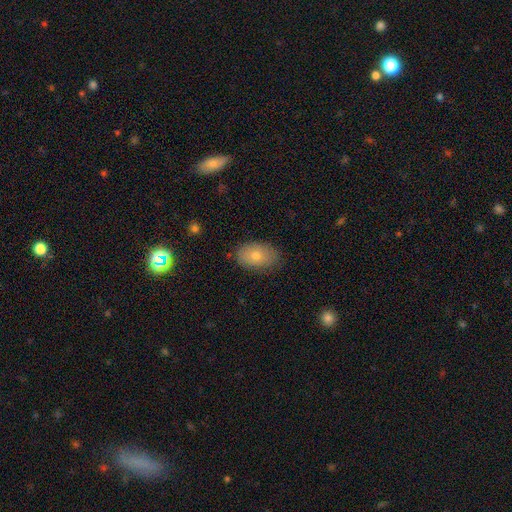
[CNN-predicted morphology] This is likely a smooth galaxy (72%). How rounded: clearly in between (87%). Merging: clearly none (82%).